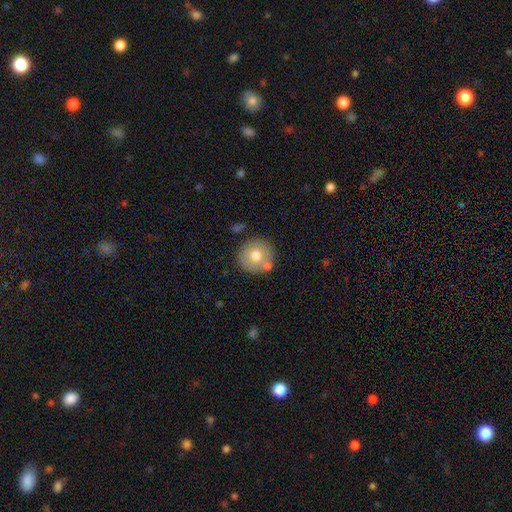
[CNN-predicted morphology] type=smooth (70%); roundness=round (93%); merging=none (74%).